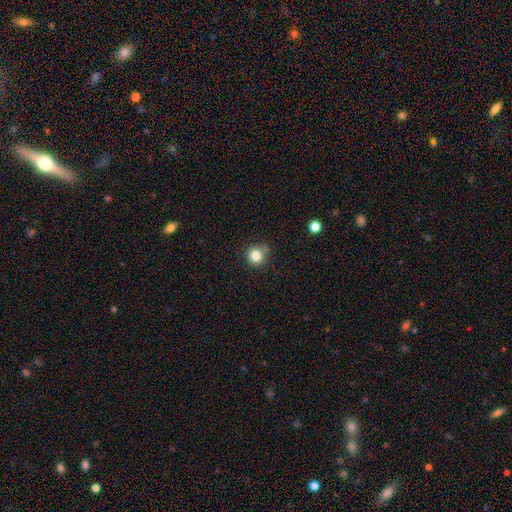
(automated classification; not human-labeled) This appears to be a smooth galaxy with no disk features (82%) that is round (90%). Merging: none (74%).